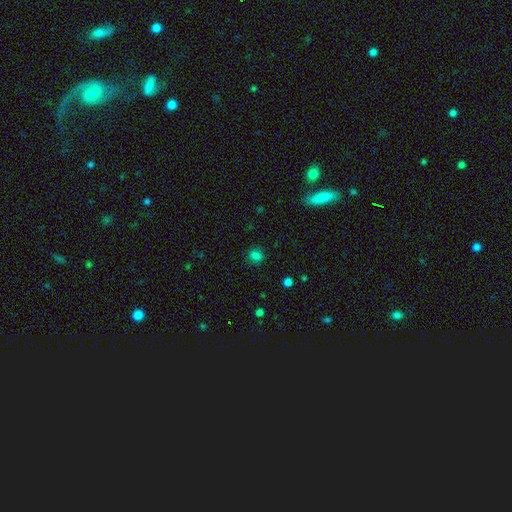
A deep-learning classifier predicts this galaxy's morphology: This appears to be a smooth galaxy with no disk features (79%) that is round (72%). Merging: none (86%).